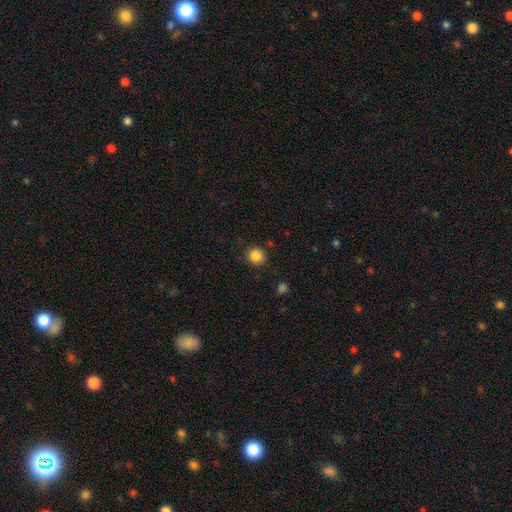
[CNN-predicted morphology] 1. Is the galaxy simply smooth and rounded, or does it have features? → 86% smooth, 10% star or artifact, 4% featured or disk.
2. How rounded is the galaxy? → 89% round, 10% in between, 1% cigar-shaped.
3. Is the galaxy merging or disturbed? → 88% none, 8% minor disturbance, 3% major disturbance, 2% merger.